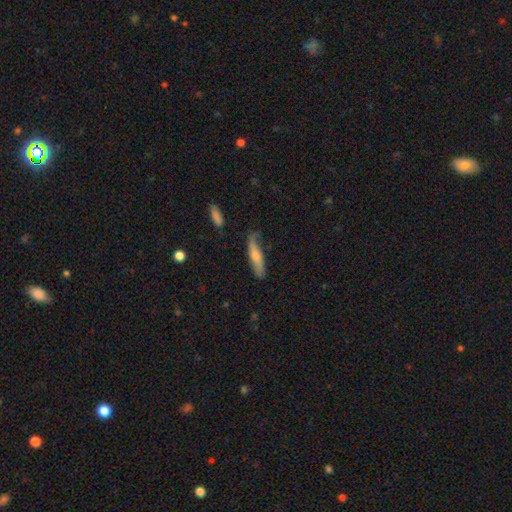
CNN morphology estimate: smooth_or_featured: smooth (p=0.59) [alt: featured or disk p=0.35]
how_rounded: cigar-shaped (p=0.74) [alt: in between p=0.24]
merging: none (p=0.64) [alt: minor disturbance p=0.27]